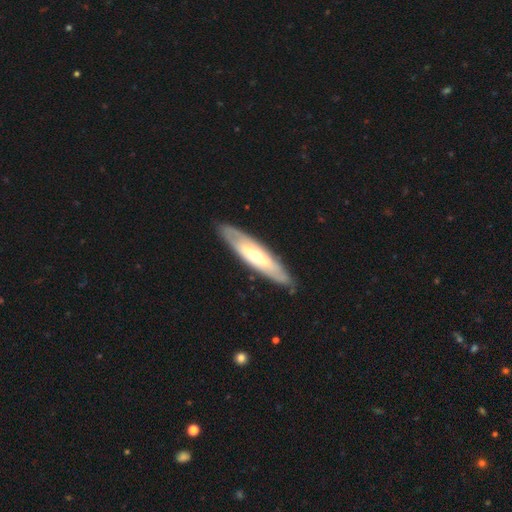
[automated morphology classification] A featured or disk galaxy (65%). Merging: none (86%).